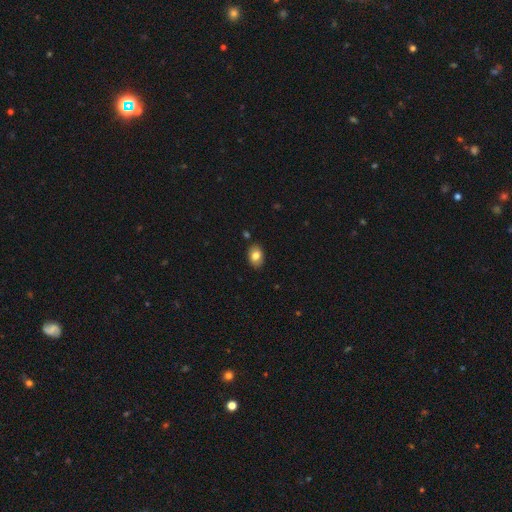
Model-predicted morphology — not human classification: A smooth galaxy with no disk features (81%) that is in between round and cigar-shaped (80%).

Vote fractions:
- Smooth or featured? smooth: 81% / featured or disk: 10% / star or artifact: 8%
- How rounded? in between: 80% / round: 19% / cigar-shaped: 1%
- Merging? none: 86% / minor disturbance: 10% / merger: 2% / major disturbance: 2%